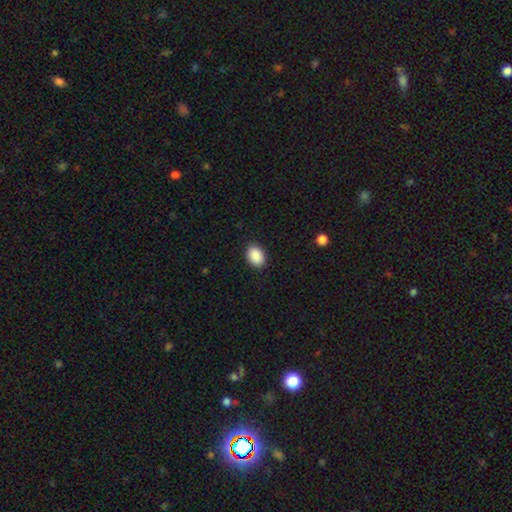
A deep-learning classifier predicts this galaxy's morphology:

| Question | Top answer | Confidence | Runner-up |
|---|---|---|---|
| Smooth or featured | smooth | 90% | star or artifact (7%) |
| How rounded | in between | 73% | round (26%) |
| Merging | none | 90% | minor disturbance (7%) |